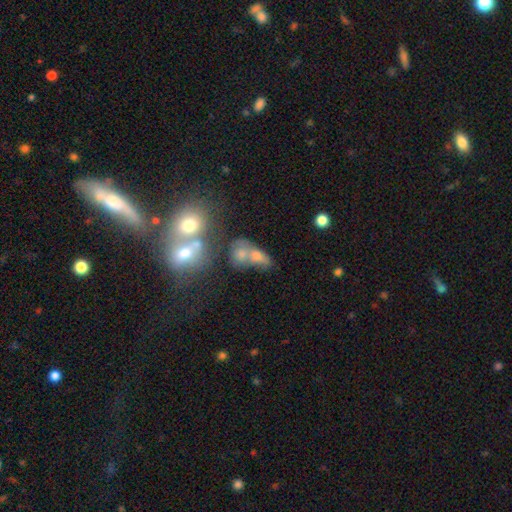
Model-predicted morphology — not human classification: type=smooth (56%); roundness=in between (63%); merging=merger (50%).